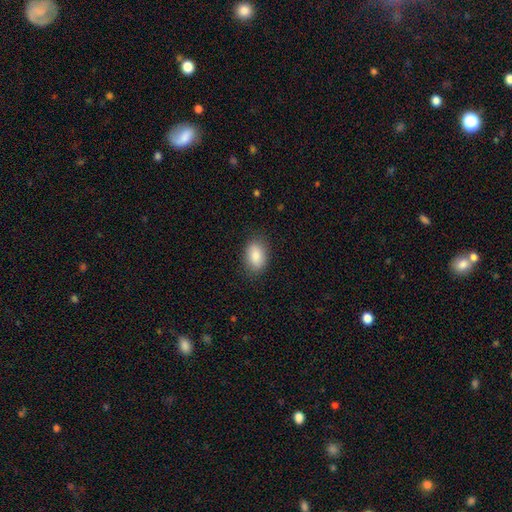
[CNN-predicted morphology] Overall: smooth (86%). How rounded: in between (88%). Merging: none (84%).